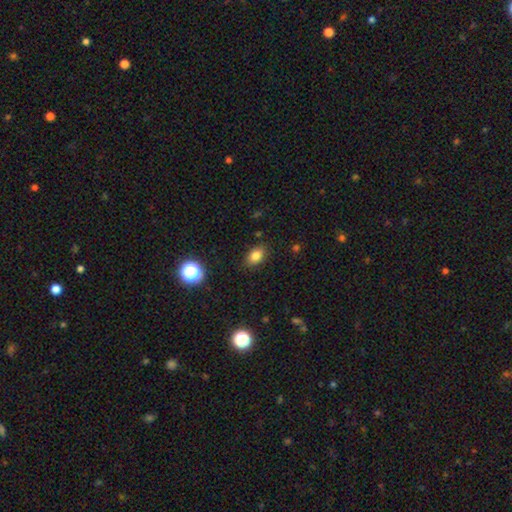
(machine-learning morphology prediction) Smooth or featured?
  - smooth: 81% *
  - star or artifact: 12%
  - featured or disk: 7%
How rounded?
  - in between: 78% *
  - round: 21%
  - cigar-shaped: 2%
Merging?
  - none: 85% *
  - minor disturbance: 11%
  - major disturbance: 3%
  - merger: 1%